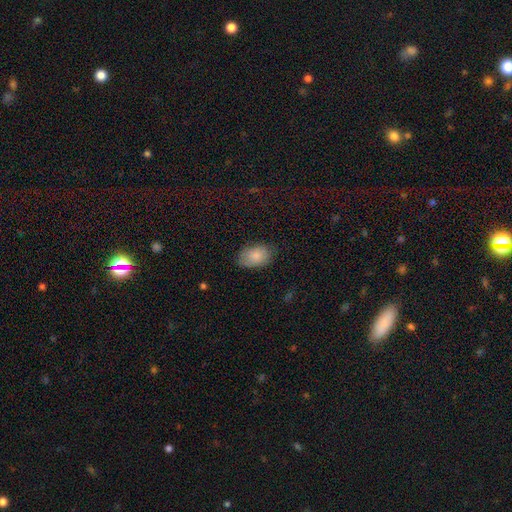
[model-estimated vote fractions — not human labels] Morphology: type=smooth (84%); roundness=in between (89%); merging=none (75%).